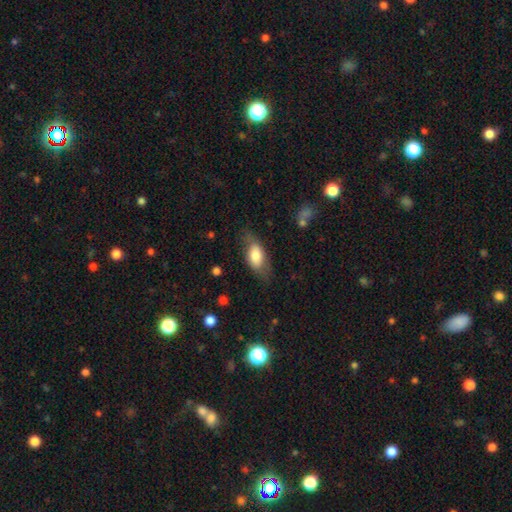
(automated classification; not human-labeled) smooth 71%, featured or disk 22%, star or artifact 6%. Down the decision tree: how rounded — in between (86%); merging — none (65%).